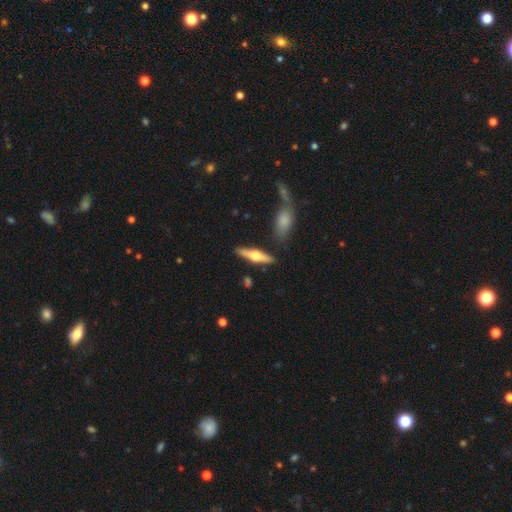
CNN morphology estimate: Overall: featured or disk (62%; smooth 32%). Edge-on disk: yes (95%). Edge-on bulge: rounded (95%). Merging: none (85%).